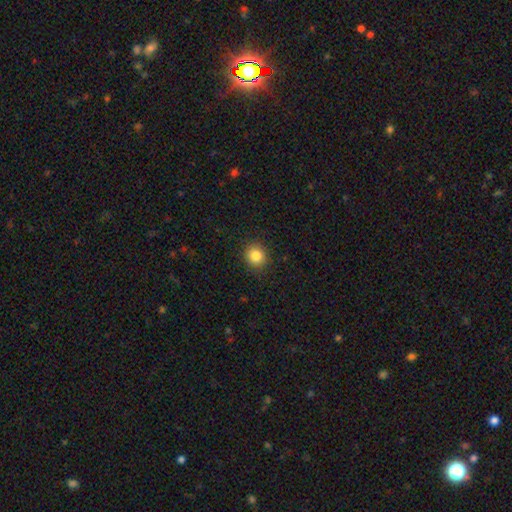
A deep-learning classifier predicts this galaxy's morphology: Overall: smooth (84%). How rounded: round (86%). Merging: none (91%).